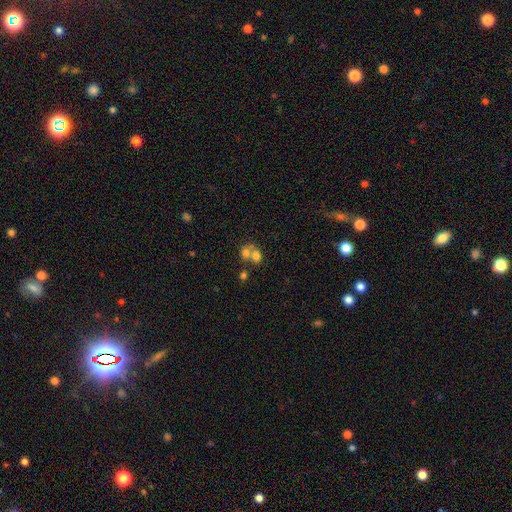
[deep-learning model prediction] smooth-or-featured: smooth: 68% | featured or disk: 20% | star or artifact: 12%
  how-rounded: round: 57% | in between: 42% | cigar-shaped: 1%
  merging: merger: 65% | none: 25% | minor disturbance: 6% | major disturbance: 4%